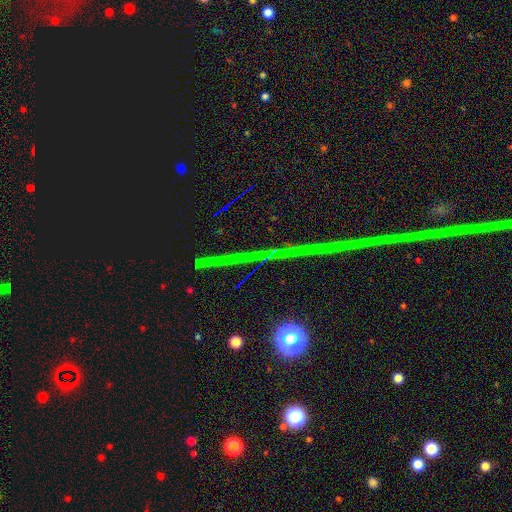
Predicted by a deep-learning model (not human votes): Smooth or featured? Predicted: star or artifact (p=0.82).